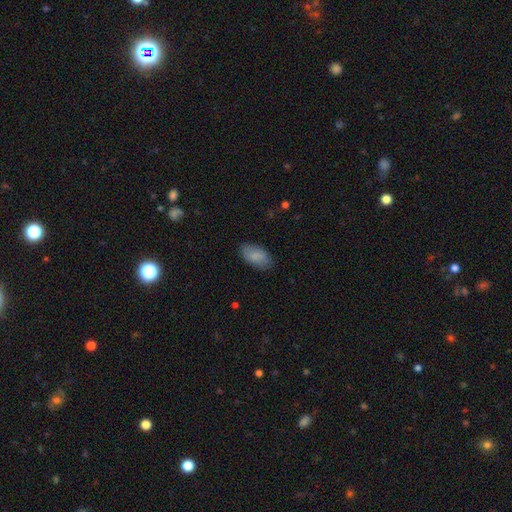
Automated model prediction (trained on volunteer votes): smooth_or_featured: smooth (p=0.85) [alt: featured or disk p=0.09]
how_rounded: in between (p=0.94) [alt: round p=0.03]
merging: none (p=0.83) [alt: minor disturbance p=0.13]